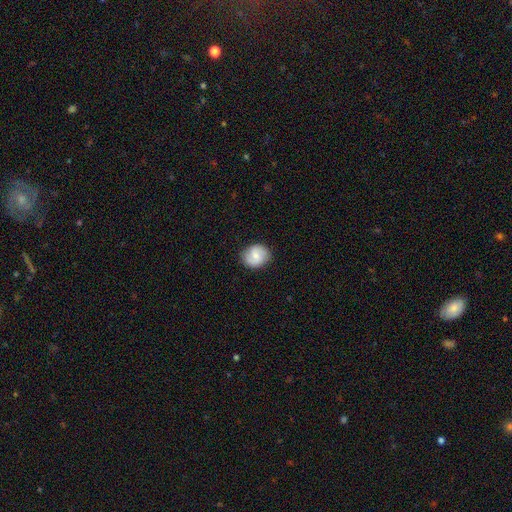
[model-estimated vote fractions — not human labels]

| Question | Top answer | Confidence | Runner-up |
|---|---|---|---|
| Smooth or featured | smooth | 60% | featured or disk (33%) |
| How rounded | round | 74% | in between (25%) |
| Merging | none | 85% | minor disturbance (12%) |